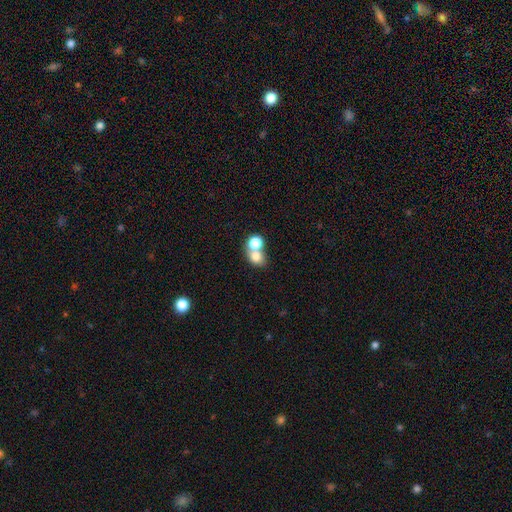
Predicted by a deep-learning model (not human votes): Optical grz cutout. It shows a smooth galaxy with no disk features (76%) that is round (64%). Merging: merger (61%).